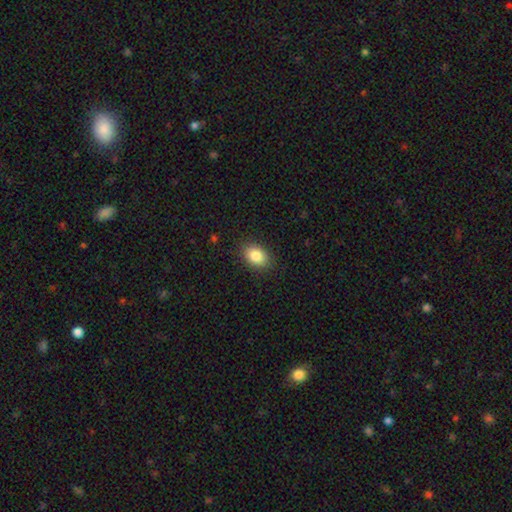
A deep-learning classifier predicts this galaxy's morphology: Smooth or featured: smooth — 85% (star or artifact — 8%)
How rounded: in between — 80% (round — 19%)
Merging: none — 87% (minor disturbance — 9%)